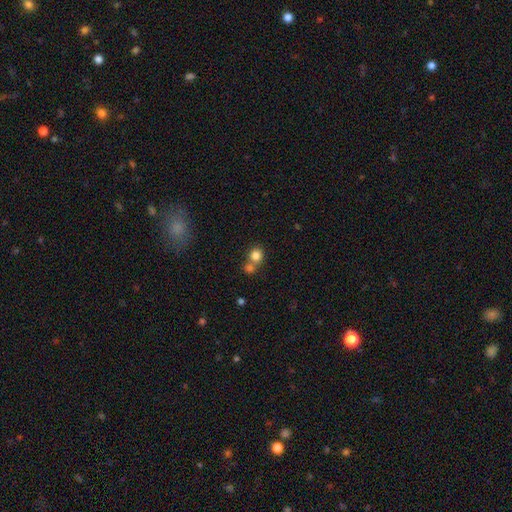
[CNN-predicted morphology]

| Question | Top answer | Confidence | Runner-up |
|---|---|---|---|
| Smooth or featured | smooth | 81% | star or artifact (11%) |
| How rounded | round | 85% | in between (14%) |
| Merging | none | 48% | merger (43%) |